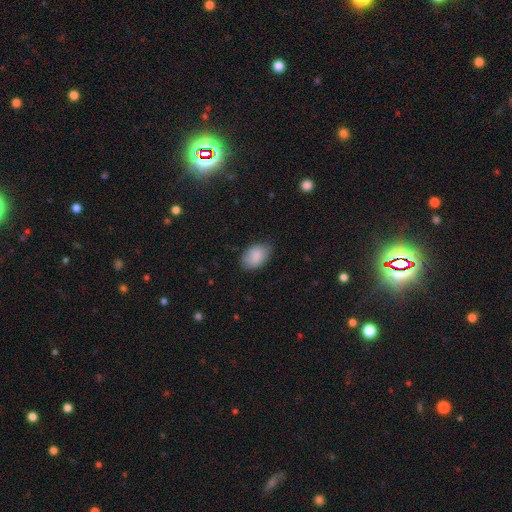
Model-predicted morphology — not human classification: type=smooth (86%); roundness=in between (88%); merging=none (74%).